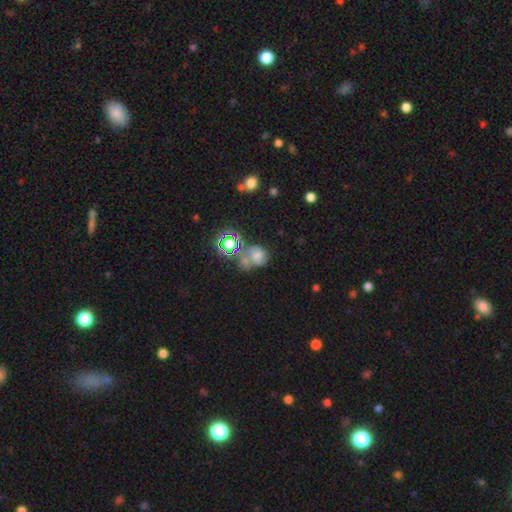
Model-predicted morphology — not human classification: type=smooth (54%); roundness=round (64%); merging=merger (41%).